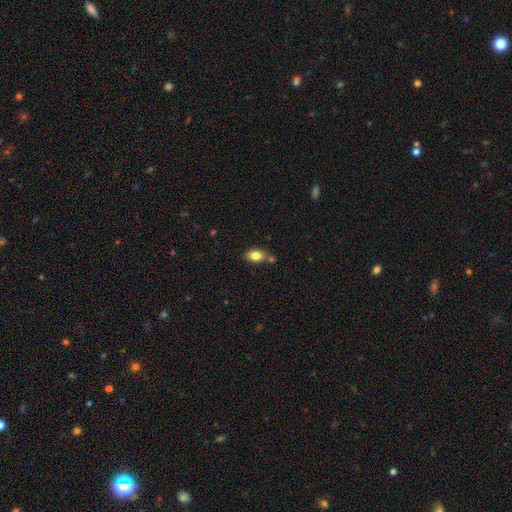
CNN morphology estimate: Smooth or featured? smooth (81%)
How rounded? in between (87%)
Merging? none (65%)